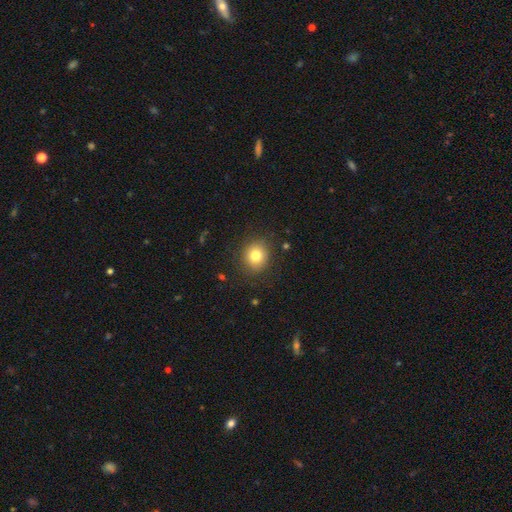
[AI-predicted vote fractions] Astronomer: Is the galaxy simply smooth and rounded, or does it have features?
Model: smooth — 80%.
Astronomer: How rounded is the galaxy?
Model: round — 77%.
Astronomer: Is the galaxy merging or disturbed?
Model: none — 85%.